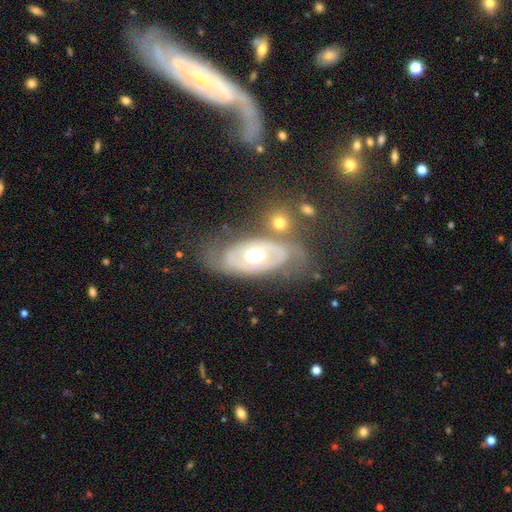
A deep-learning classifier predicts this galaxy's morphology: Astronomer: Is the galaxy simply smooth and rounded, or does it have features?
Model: featured or disk — 65%.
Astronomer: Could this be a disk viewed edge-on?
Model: no — 89%.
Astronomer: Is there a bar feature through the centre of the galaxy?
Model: no — 84%.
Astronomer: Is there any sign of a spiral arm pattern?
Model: no — 70%.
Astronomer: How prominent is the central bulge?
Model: moderate — 60%.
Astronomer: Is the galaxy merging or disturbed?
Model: none — 64%.